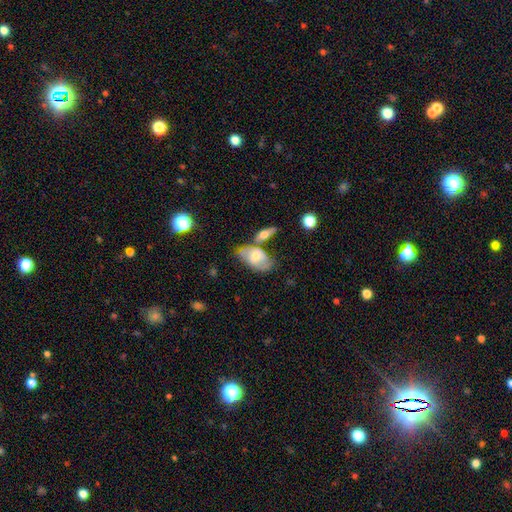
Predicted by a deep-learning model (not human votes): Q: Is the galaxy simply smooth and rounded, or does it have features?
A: smooth — 47%.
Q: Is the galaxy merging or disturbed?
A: none — 37%.